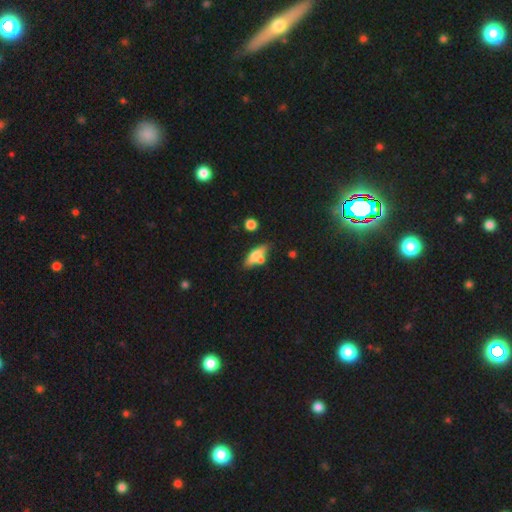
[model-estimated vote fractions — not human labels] smooth_or_featured: smooth (p=0.61) [alt: featured or disk p=0.31]
how_rounded: in between (p=0.53) [alt: cigar-shaped p=0.43]
merging: none (p=0.59) [alt: minor disturbance p=0.18]